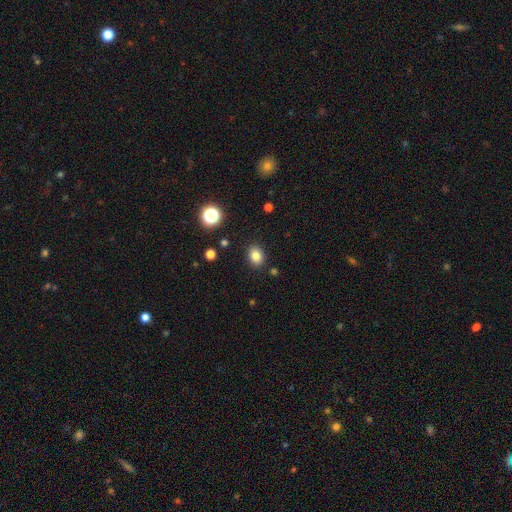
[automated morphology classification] This appears to be a smooth galaxy with no disk features (81%) that is in between round and cigar-shaped (54%). Merging: none (88%).